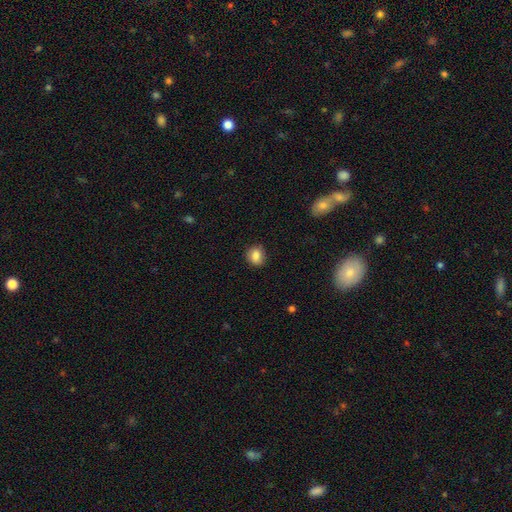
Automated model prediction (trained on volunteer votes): This appears to be a smooth galaxy with no disk features (84%) that is round (67%). Merging: none (84%).